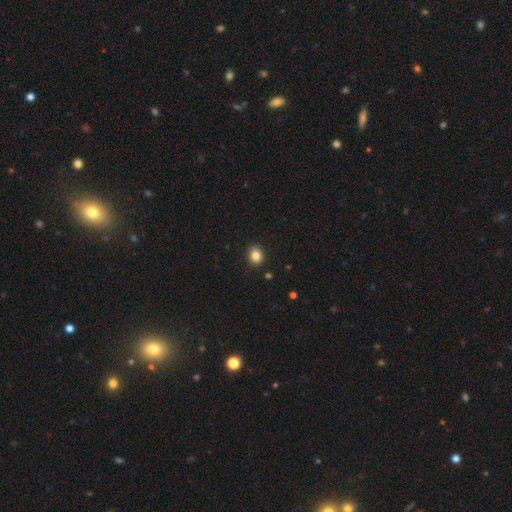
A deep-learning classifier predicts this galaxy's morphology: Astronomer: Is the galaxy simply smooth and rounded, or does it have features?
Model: smooth — 83%.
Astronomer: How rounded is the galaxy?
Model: round — 66%.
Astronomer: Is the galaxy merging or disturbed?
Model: none — 90%.